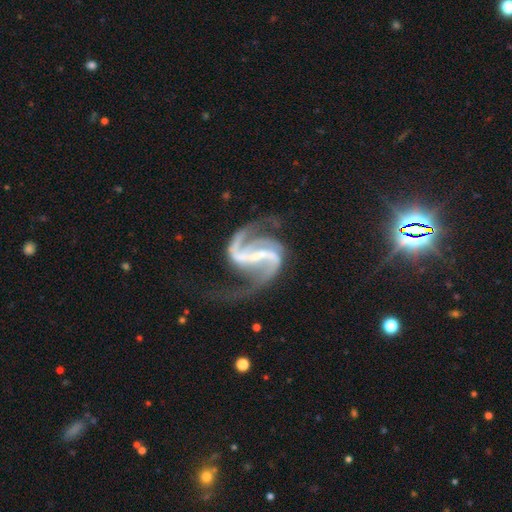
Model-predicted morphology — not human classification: featured or disk 93%, star or artifact 5%, smooth 2%. Down the decision tree: edge-on disk — no (98%); bar — strong (68%); spiral arms — yes (98%); spiral arm count — 2 (87%); spiral winding — medium (47%); bulge size — small (55%); merging — none (60%).